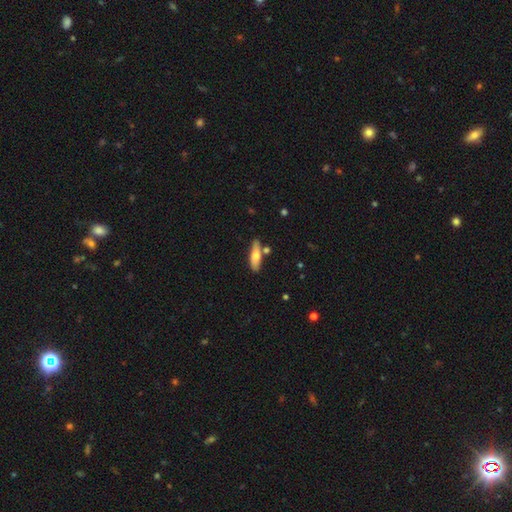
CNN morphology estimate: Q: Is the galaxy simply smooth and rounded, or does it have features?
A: smooth — 67%.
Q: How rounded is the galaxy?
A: cigar-shaped — 61%.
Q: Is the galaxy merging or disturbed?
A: none — 74%.